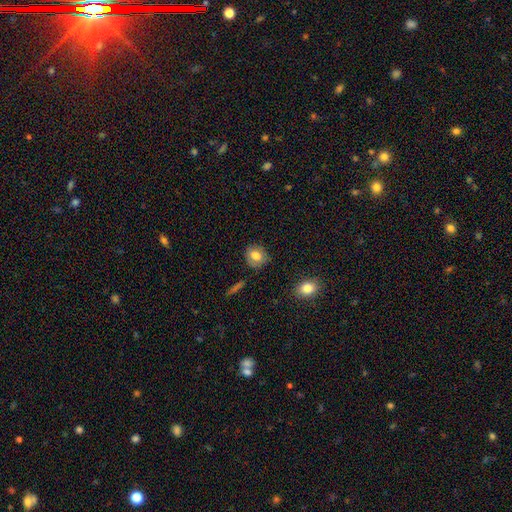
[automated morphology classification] smooth 80%, featured or disk 11%, star or artifact 9%. Down the decision tree: how rounded — round (68%); merging — none (81%).